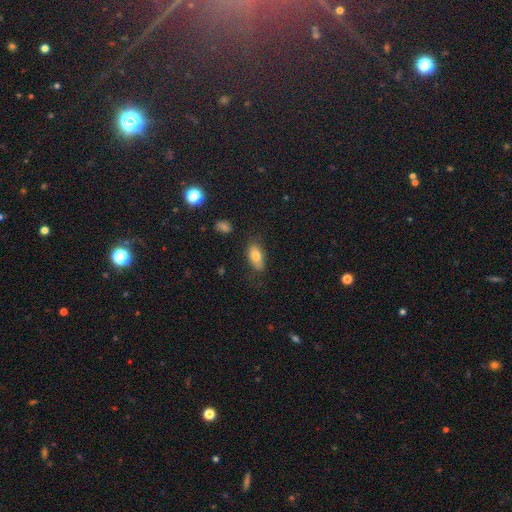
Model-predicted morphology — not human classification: Smooth or featured? Predicted: smooth (p=0.79). How rounded? Predicted: in between (p=0.88). Merging? Predicted: none (p=0.75).